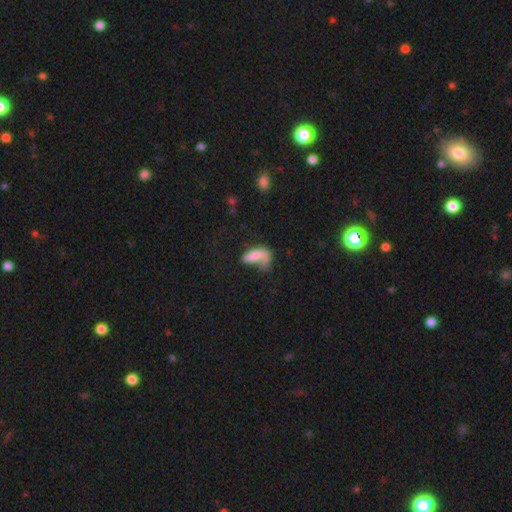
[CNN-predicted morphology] smooth_or_featured: smooth (p=0.65) [alt: featured or disk p=0.25]
how_rounded: in between (p=0.73) [alt: cigar-shaped p=0.22]
merging: major disturbance (p=0.38) [alt: none p=0.29]